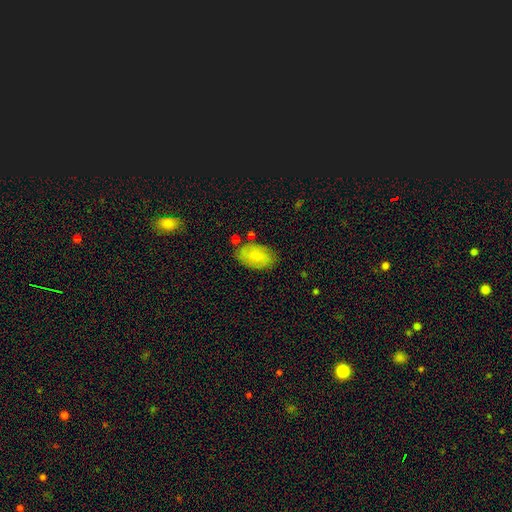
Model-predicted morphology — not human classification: Smooth or featured? smooth (67%)
How rounded? in between (91%)
Merging? none (75%)